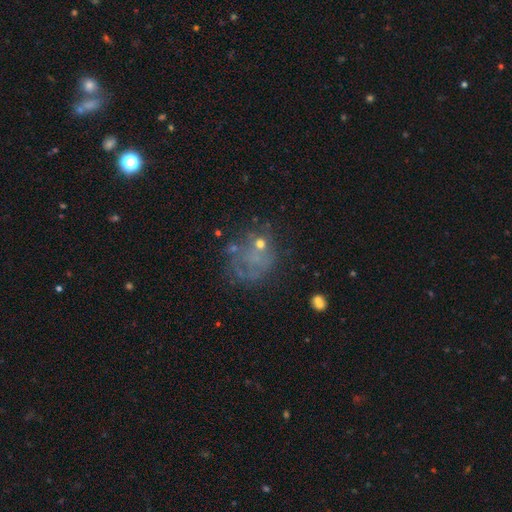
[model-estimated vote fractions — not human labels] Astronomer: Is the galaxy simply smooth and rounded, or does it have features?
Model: featured or disk — 42% (runner-up: star or artifact, 29%).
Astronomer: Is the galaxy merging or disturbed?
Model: none — 49% (runner-up: major disturbance, 26%).